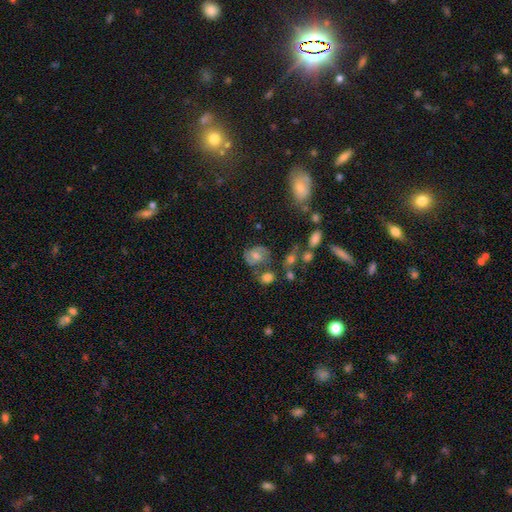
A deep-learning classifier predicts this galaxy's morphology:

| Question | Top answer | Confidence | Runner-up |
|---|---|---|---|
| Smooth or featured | smooth | 46% | featured or disk (44%) |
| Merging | none | 56% | minor disturbance (21%) |